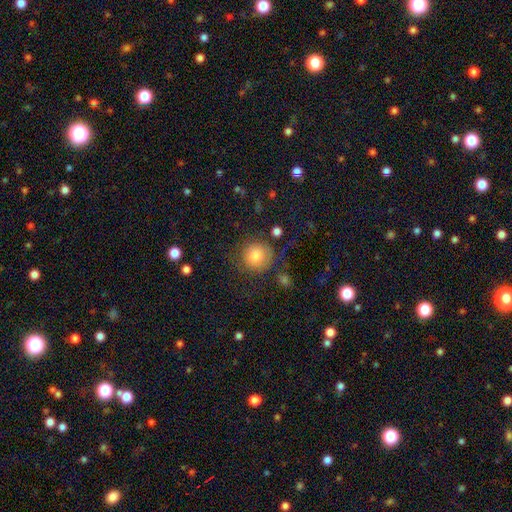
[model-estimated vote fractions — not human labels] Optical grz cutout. It shows a smooth galaxy with no disk features (80%) that is round (92%). Merging: none (75%).